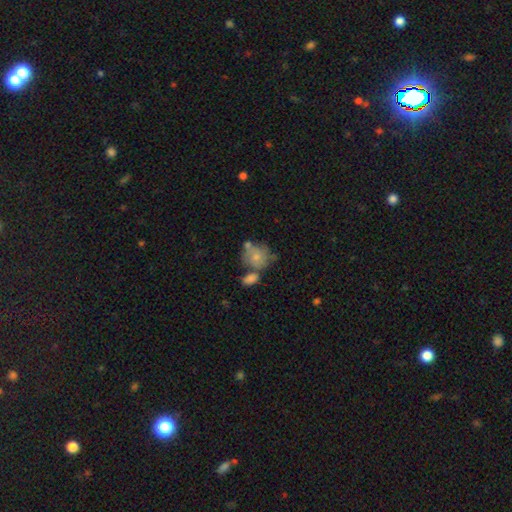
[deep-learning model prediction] The model was most divided on "merging": none: 37%, merger: 34%, minor disturbance: 19%, major disturbance: 10%. More confident: how rounded — round (68%); smooth or featured — smooth (66%).